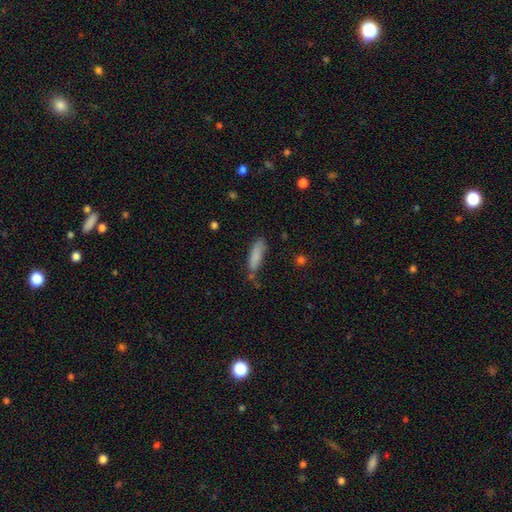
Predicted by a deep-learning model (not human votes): Overall: smooth (85%). How rounded: cigar-shaped (55%; in between 43%). Merging: none (59%; minor disturbance 27%).